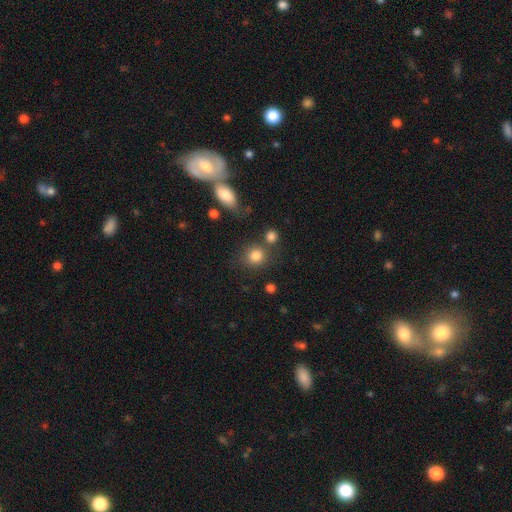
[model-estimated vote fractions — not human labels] The model was most divided on "merging": none: 70%, merger: 14%, minor disturbance: 11%, major disturbance: 5%. More confident: how rounded — round (84%); smooth or featured — smooth (82%).